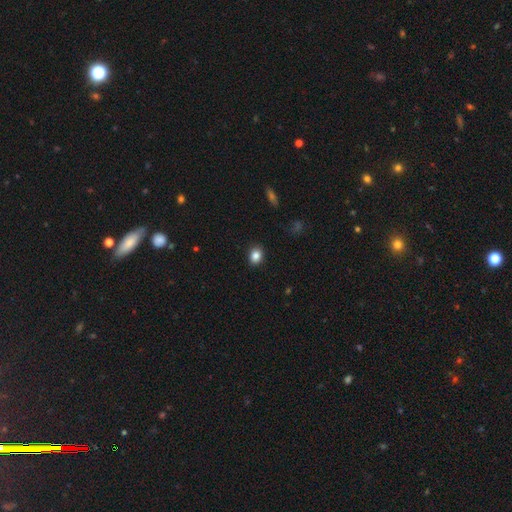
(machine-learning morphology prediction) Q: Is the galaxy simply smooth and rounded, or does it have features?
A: smooth — 85%.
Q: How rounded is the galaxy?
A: in between — 50%.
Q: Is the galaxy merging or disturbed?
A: none — 89%.